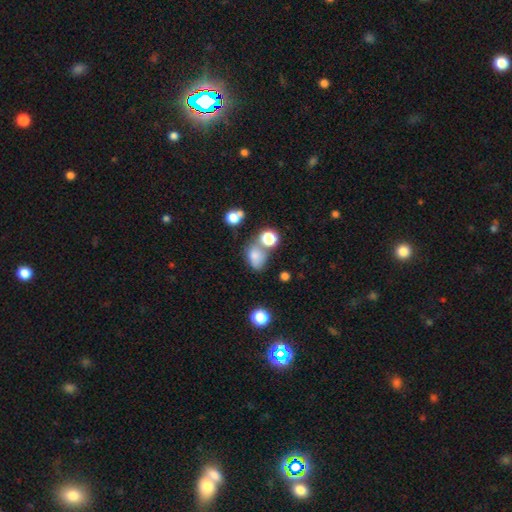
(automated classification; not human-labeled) Smooth or featured: smooth — 74% (star or artifact — 15%)
How rounded: in between — 68% (round — 31%)
Merging: none — 45% (merger — 26%)